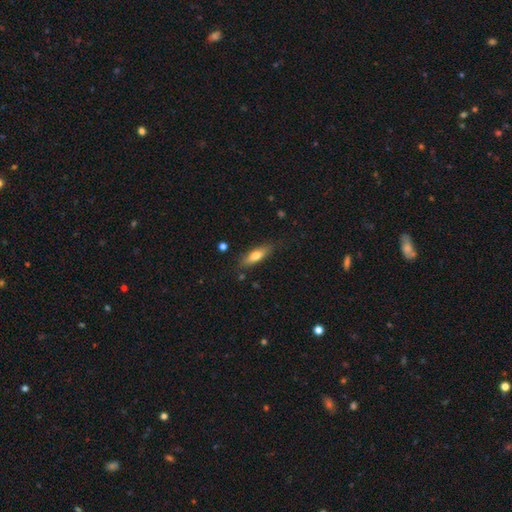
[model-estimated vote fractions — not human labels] A smooth galaxy with no disk features (67%) that is cigar-shaped (50%). Merging: none (81%).